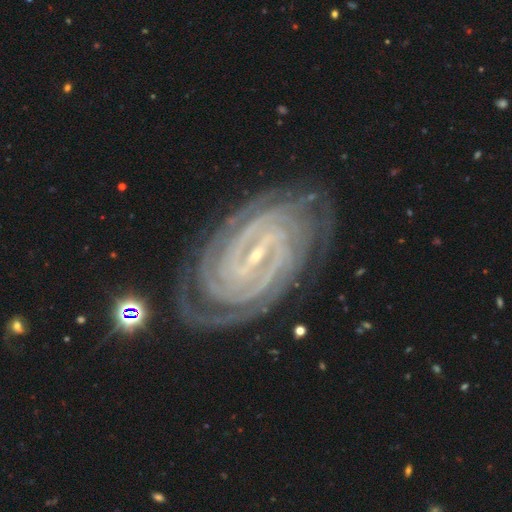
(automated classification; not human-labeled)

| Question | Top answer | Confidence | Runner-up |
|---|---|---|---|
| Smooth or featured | featured or disk | 92% | star or artifact (5%) |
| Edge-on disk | no | 97% | yes (3%) |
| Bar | strong | 52% | weak (33%) |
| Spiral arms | yes | 99% | no (1%) |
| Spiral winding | tight | 88% | medium (10%) |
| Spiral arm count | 2 | 32% | 4 (20%) |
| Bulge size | small | 85% | moderate (11%) |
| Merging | none | 80% | minor disturbance (13%) |